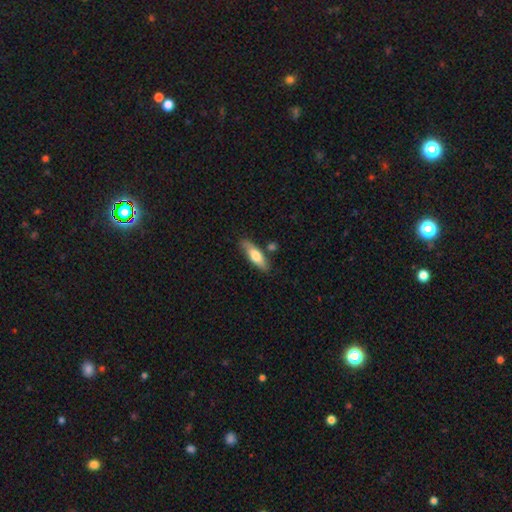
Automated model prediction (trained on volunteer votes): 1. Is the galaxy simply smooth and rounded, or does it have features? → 68% smooth, 26% featured or disk, 6% star or artifact.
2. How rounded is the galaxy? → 49% in between (tied), 49% cigar-shaped (tied), 2% round.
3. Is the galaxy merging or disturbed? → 77% none, 13% minor disturbance, 7% merger, 3% major disturbance.